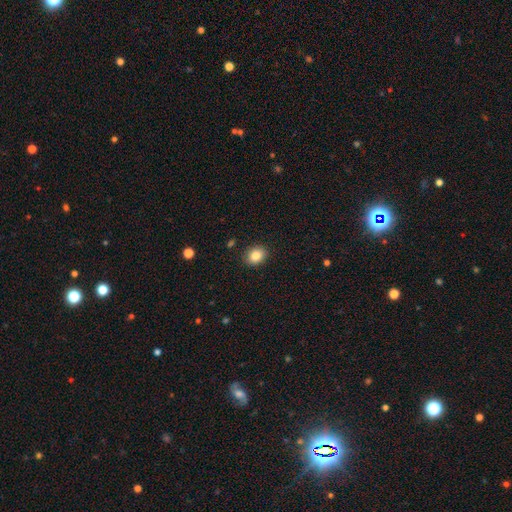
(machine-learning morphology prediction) Smooth or featured? Predicted: smooth (p=0.85). How rounded? Predicted: round (p=0.53). Merging? Predicted: none (p=0.89).